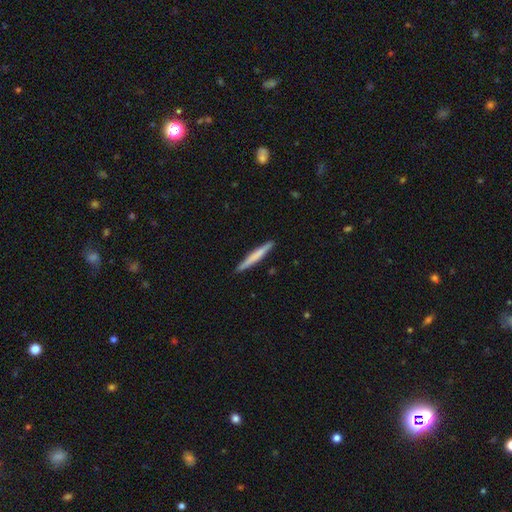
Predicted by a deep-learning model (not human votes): smooth_or_featured: smooth (p=0.62) [alt: featured or disk p=0.33]
how_rounded: cigar-shaped (p=0.96) [alt: in between p=0.03]
merging: none (p=0.90) [alt: minor disturbance p=0.07]